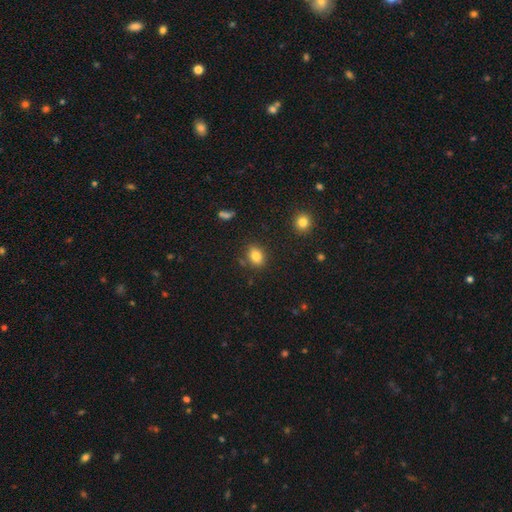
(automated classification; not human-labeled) Smooth or featured? smooth (82%)
How rounded? in between (68%)
Merging? none (83%)